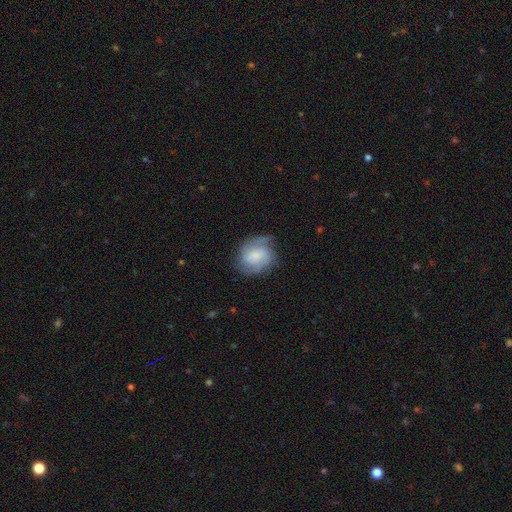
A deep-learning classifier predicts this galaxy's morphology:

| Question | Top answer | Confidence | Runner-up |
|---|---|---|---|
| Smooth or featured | featured or disk | 65% | smooth (27%) |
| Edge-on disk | no | 98% | yes (2%) |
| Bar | no | 50% | weak (40%) |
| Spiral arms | yes | 92% | no (8%) |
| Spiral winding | medium | 44% | tight (39%) |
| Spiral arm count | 2 | 53% | can't tell (18%) |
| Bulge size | small | 31% | none (28%) |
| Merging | none | 65% | minor disturbance (22%) |